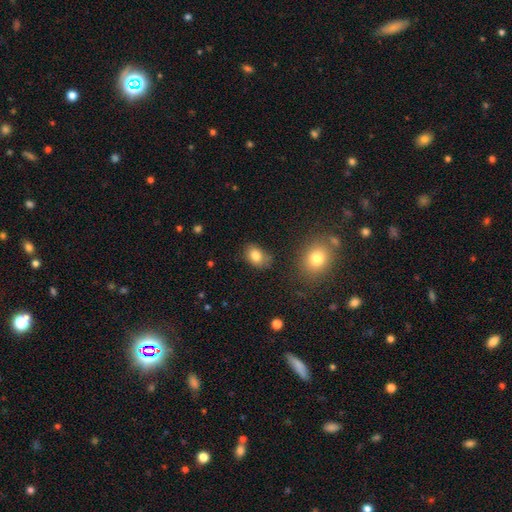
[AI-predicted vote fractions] Smooth or featured? smooth (82%)
How rounded? in between (73%)
Merging? none (72%)